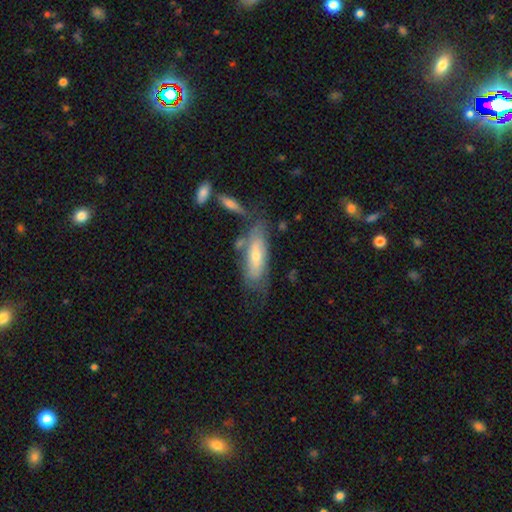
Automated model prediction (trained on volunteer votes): Overall: smooth (50%; featured or disk 43%). Merging: none (54%; minor disturbance 24%).